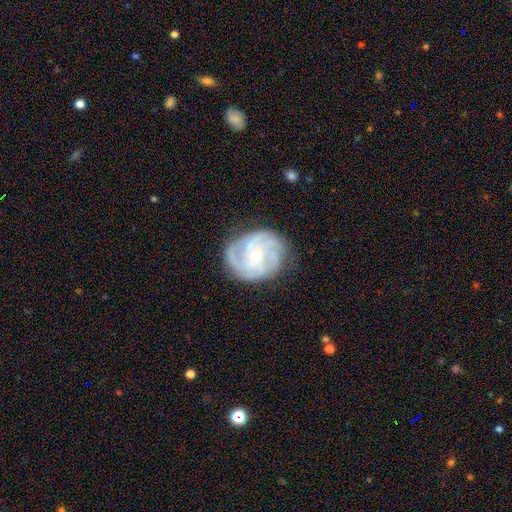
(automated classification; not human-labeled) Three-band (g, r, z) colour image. It shows a featured or disk galaxy (86%) with no bar (65%), 3 (31%) tight (60%) spiral arms (95%) and a moderate central bulge (53%). Merging: none (77%).